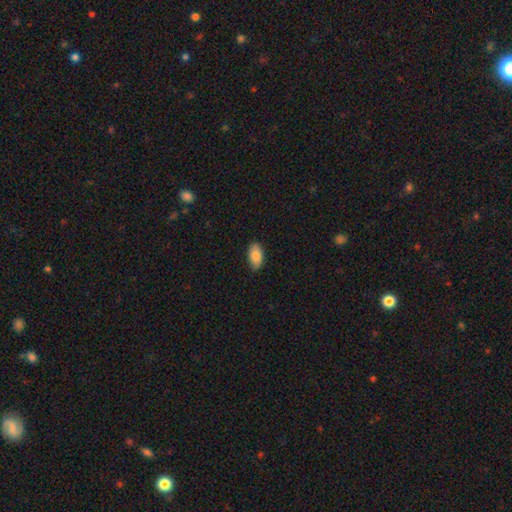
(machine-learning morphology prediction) Q: Smooth or featured?
A: smooth (86%); runner-up: featured or disk (8%)
Q: How rounded?
A: in between (93%); runner-up: cigar-shaped (4%)
Q: Merging?
A: none (84%); runner-up: minor disturbance (13%)